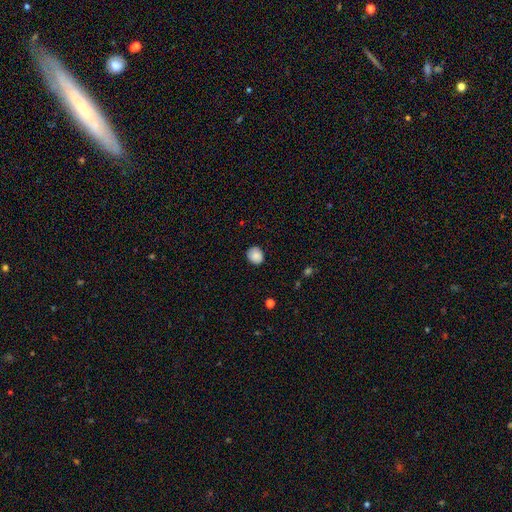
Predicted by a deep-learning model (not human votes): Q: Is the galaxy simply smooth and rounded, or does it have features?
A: smooth — 87%.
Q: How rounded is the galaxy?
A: round — 76%.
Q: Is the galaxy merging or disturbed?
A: none — 87%.